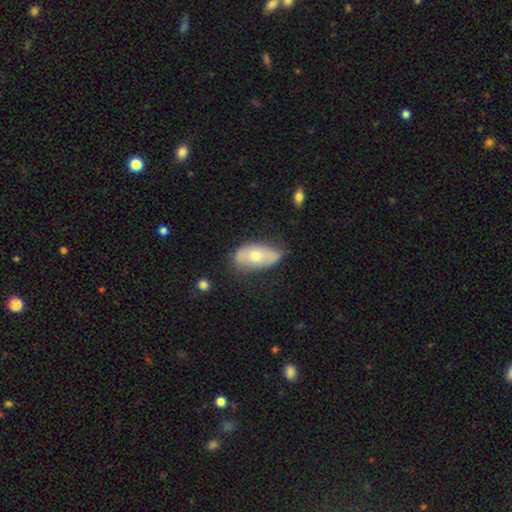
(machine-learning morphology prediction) A smooth galaxy with no disk features (55%) that is in between round and cigar-shaped (90%). Merging: none (61%).